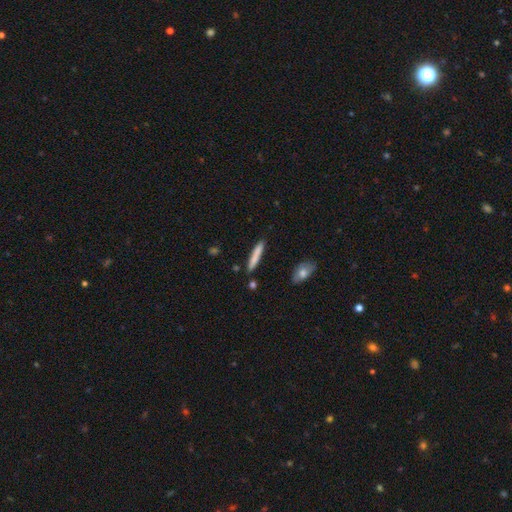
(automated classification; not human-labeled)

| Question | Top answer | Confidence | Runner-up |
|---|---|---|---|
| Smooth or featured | smooth | 77% | featured or disk (17%) |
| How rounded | cigar-shaped | 93% | in between (6%) |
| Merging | none | 87% | minor disturbance (8%) |